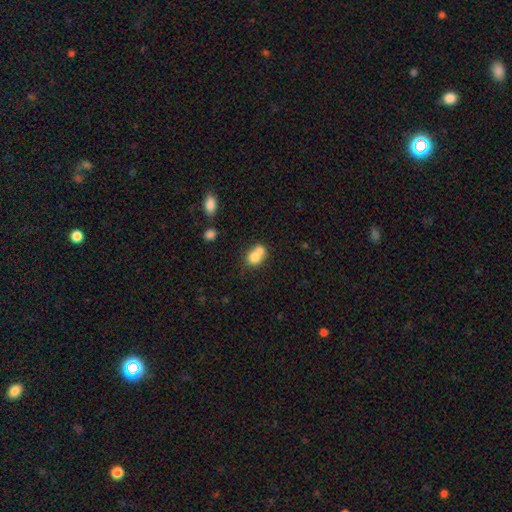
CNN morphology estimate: A smooth galaxy with no disk features (75%) that is in between round and cigar-shaped (52%).

Vote fractions:
- Smooth or featured? smooth: 75% / featured or disk: 15% / star or artifact: 10%
- How rounded? in between: 52% / round: 47% / cigar-shaped: 1%
- Merging? merger: 57% / none: 28% / minor disturbance: 10% / major disturbance: 5%